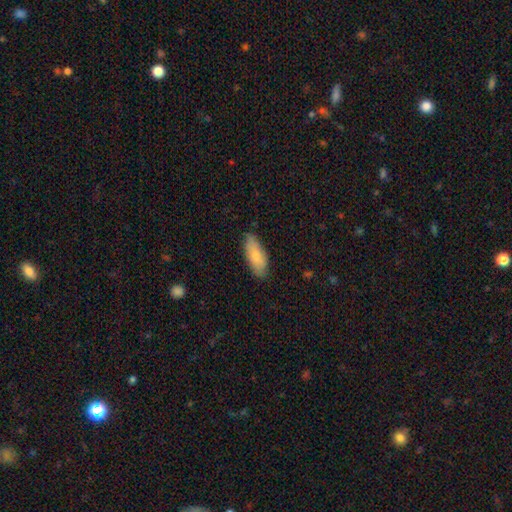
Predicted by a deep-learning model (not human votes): This is clearly a smooth galaxy (81%). How rounded: clearly in between (81%). Merging: likely none (78%).